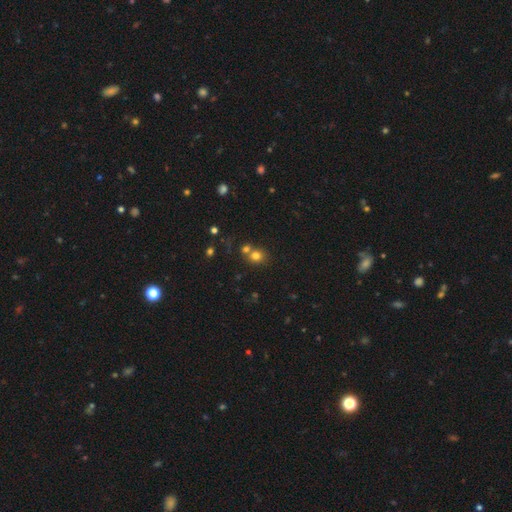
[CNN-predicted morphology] type=smooth (76%); roundness=round (76%); merging=none (51%).